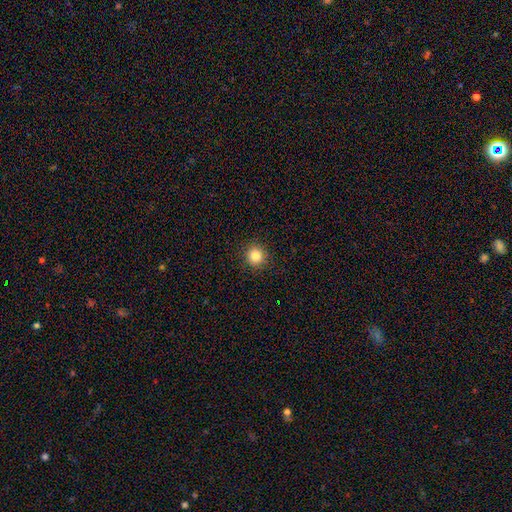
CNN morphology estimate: A smooth galaxy with no disk features (84%) that is round (93%).

Vote fractions:
- Smooth or featured? smooth: 84% / star or artifact: 11% / featured or disk: 5%
- How rounded? round: 93% / in between: 6% / cigar-shaped: 1%
- Merging? none: 91% / minor disturbance: 6% / major disturbance: 2% / merger: 1%